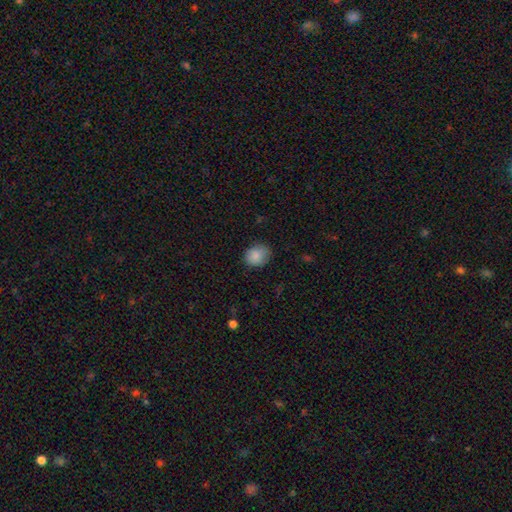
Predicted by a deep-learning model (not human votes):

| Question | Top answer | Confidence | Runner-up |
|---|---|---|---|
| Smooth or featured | smooth | 86% | star or artifact (8%) |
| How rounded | round | 62% | in between (37%) |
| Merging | none | 78% | minor disturbance (18%) |